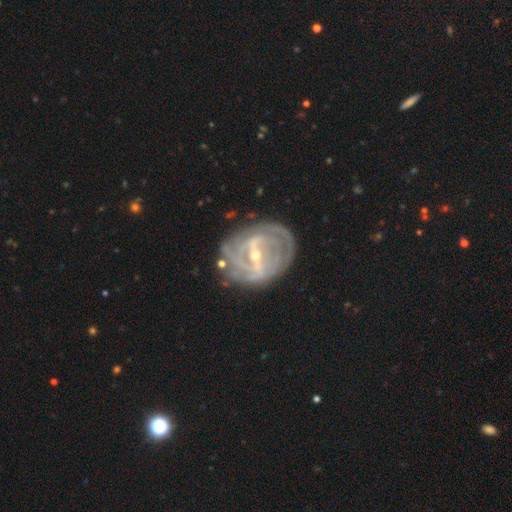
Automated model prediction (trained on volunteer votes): A featured or disk galaxy (88%) with a strong bar (61%), can't tell (31%, tied with 2) tight (57%) spiral arms (92%) and a small central bulge (70%). Merging: none (71%).